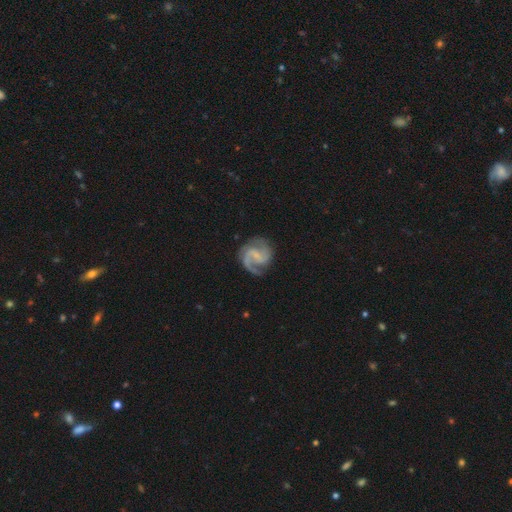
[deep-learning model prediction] Smooth or featured: featured or disk — 88% (smooth — 7%)
Edge-on disk: no — 98% (yes — 2%)
Bar: weak — 49% (no — 31%)
Spiral arms: yes — 98% (no — 2%)
Spiral winding: medium — 55% (tight — 26%)
Spiral arm count: 2 — 86% (1 — 4%)
Bulge size: none — 44% (small — 43%)
Merging: none — 76% (minor disturbance — 15%)